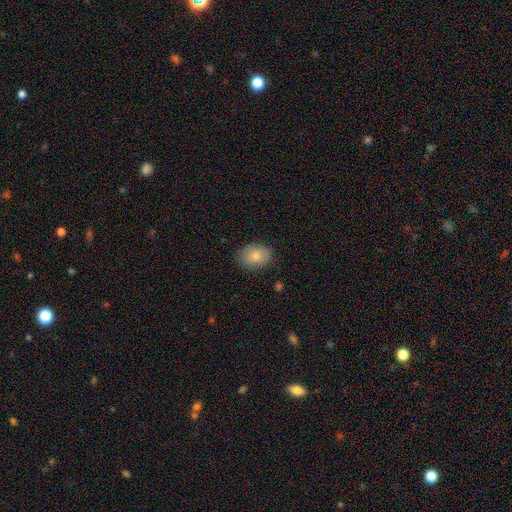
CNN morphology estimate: Overall: smooth (80%). How rounded: in between (67%; round 32%). Merging: none (82%).